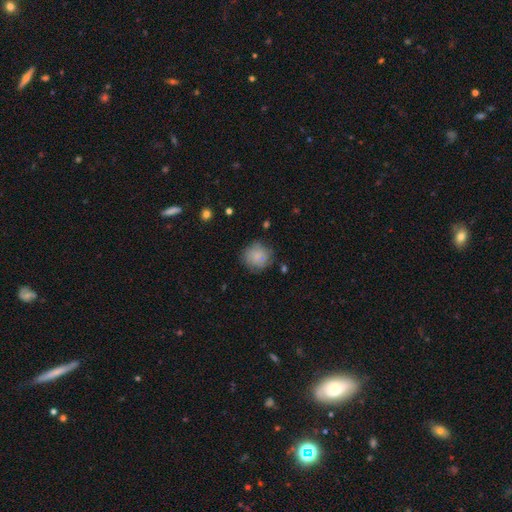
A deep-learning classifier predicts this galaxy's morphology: Smooth or featured? Predicted: smooth (p=0.78). How rounded? Predicted: round (p=0.90). Merging? Predicted: none (p=0.73).